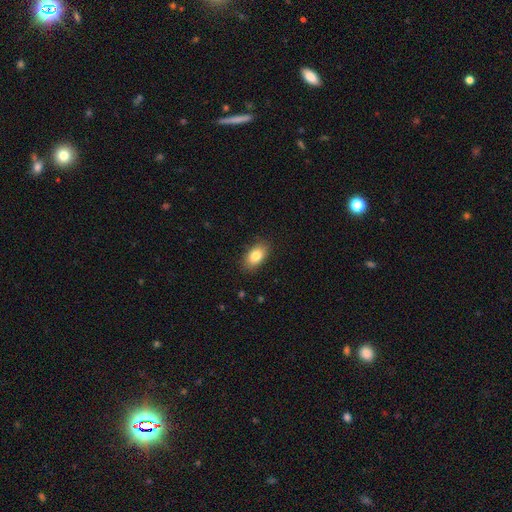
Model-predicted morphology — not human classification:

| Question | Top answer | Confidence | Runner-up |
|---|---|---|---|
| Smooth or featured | smooth | 83% | featured or disk (10%) |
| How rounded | in between | 91% | round (7%) |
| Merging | none | 87% | minor disturbance (10%) |